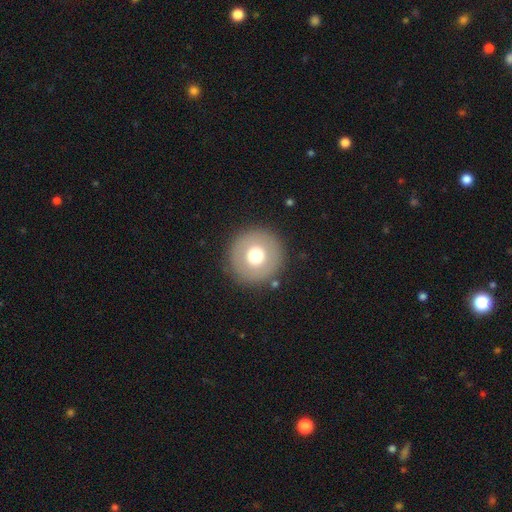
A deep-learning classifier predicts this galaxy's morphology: This is likely a smooth galaxy (67%). How rounded: clearly round (96%). Merging: clearly none (89%).